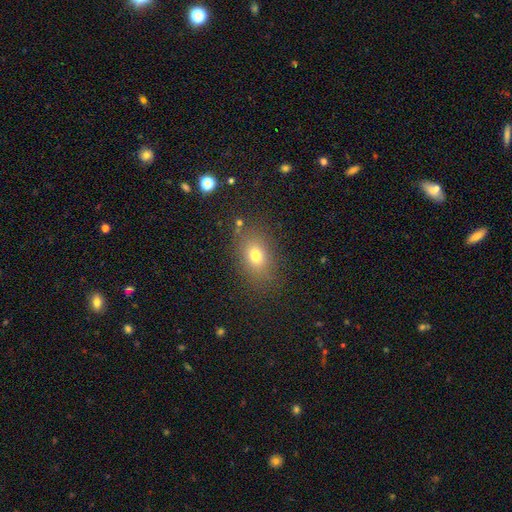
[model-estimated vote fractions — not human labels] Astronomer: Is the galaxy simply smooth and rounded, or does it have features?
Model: smooth — 72%.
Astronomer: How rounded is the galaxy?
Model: in between — 71%.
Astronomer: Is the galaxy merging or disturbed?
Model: none — 81%.